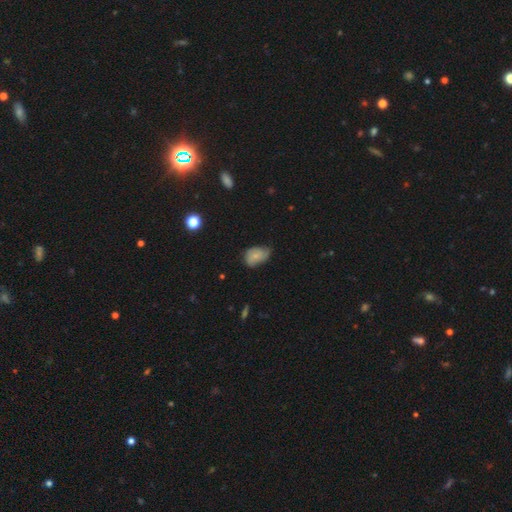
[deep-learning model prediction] Smooth or featured?
  - smooth: 59% *
  - featured or disk: 32%
  - star or artifact: 9%
How rounded?
  - in between: 79% *
  - round: 20%
  - cigar-shaped: 2%
Merging?
  - minor disturbance: 45% *
  - none: 39%
  - major disturbance: 14%
  - merger: 2%